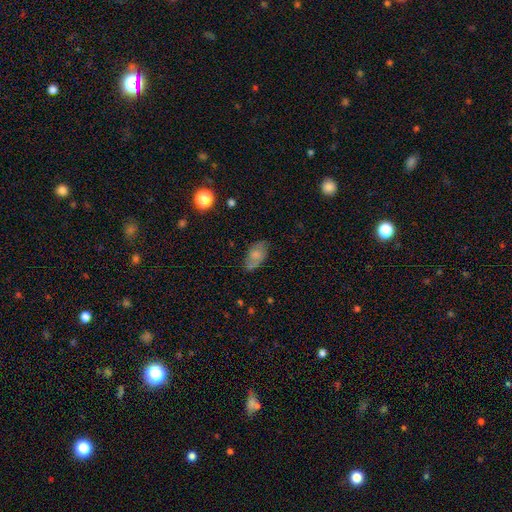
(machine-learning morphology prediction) Smooth or featured?
  - smooth: 61% *
  - featured or disk: 29%
  - star or artifact: 10%
How rounded?
  - in between: 91% *
  - round: 6%
  - cigar-shaped: 3%
Merging?
  - none: 67% *
  - minor disturbance: 23%
  - major disturbance: 8%
  - merger: 2%